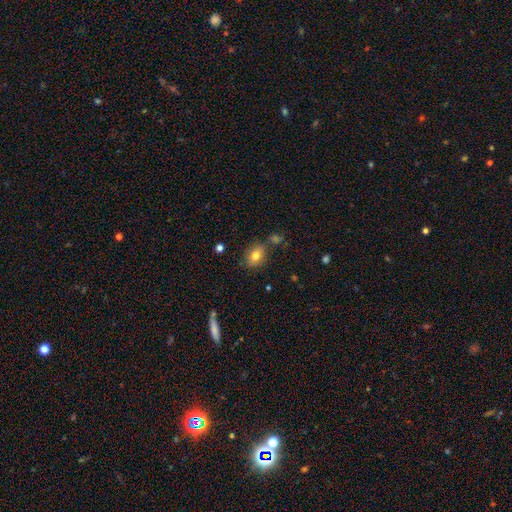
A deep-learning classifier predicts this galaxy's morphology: Smooth or featured: smooth — 79% (featured or disk — 12%)
How rounded: in between — 73% (round — 25%)
Merging: none — 75% (minor disturbance — 14%)